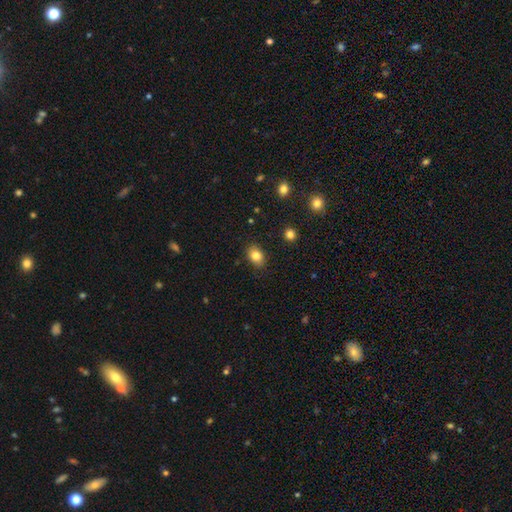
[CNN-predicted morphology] Smooth or featured: smooth — 83% (star or artifact — 10%)
How rounded: in between — 69% (round — 30%)
Merging: none — 87% (minor disturbance — 10%)